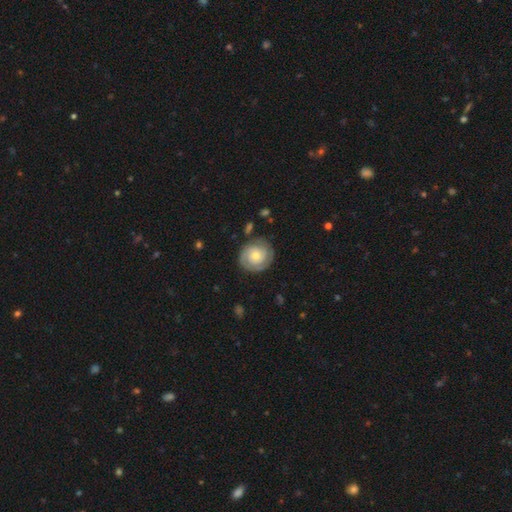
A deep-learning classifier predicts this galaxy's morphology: type=featured or disk (68%); edge-on=no (98%); bar=no (78%); spiral arms=yes (89%); winding=tight (74%); arm count=2 (55%); bulge=small (52%); merging=none (79%).